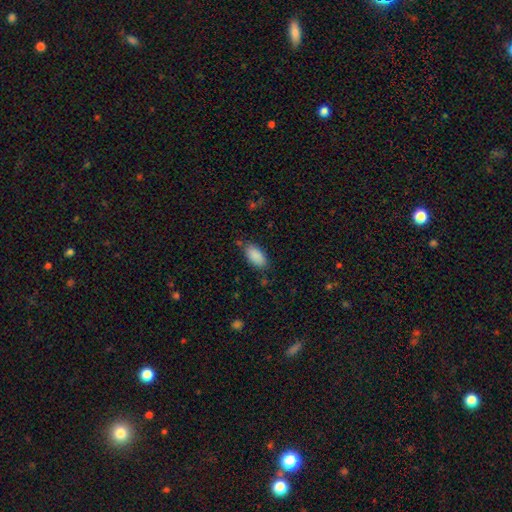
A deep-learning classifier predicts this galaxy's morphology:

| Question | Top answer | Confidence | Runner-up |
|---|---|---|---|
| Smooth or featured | smooth | 90% | star or artifact (7%) |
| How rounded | in between | 92% | cigar-shaped (5%) |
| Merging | none | 79% | minor disturbance (15%) |